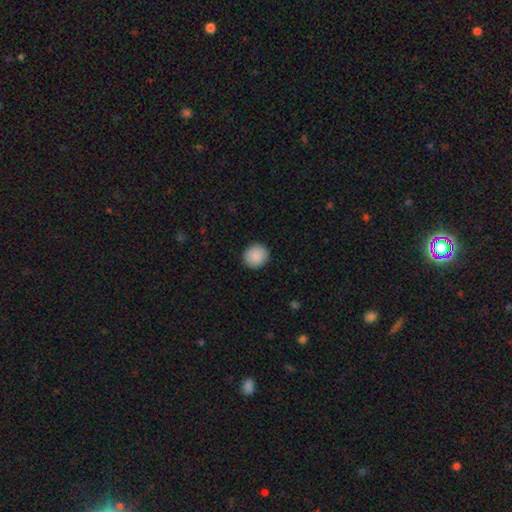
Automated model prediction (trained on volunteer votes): Smooth or featured? Predicted: smooth (p=0.90). How rounded? Predicted: round (p=0.87). Merging? Predicted: none (p=0.91).